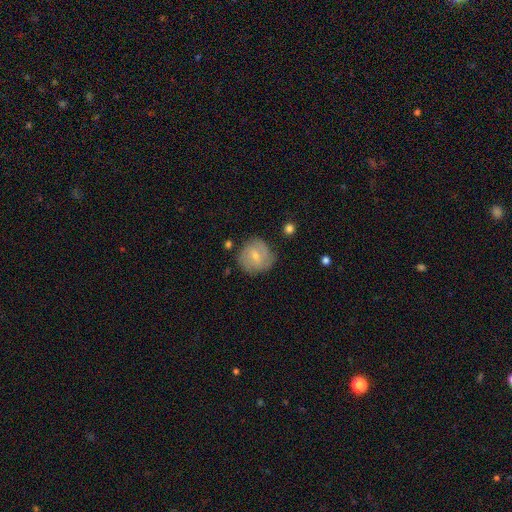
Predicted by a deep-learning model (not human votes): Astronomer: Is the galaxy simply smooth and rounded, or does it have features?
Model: smooth — 54% (runner-up: featured or disk, 40%).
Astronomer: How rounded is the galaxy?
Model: round — 88%.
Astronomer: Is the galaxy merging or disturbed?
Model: none — 71%.